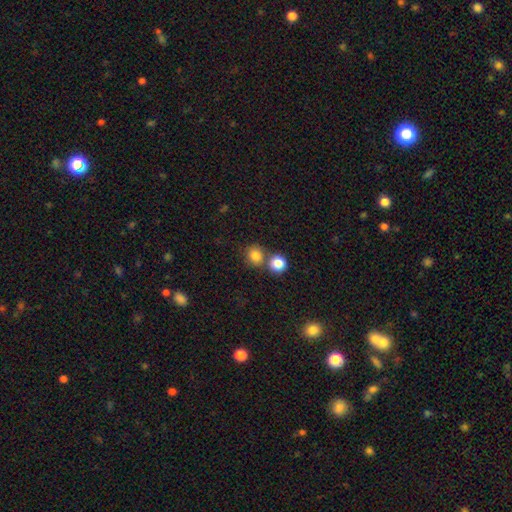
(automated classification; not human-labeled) A smooth galaxy with no disk features (82%) that is round (88%).

Vote fractions:
- Smooth or featured? smooth: 82% / star or artifact: 12% / featured or disk: 7%
- How rounded? round: 88% / in between: 11% / cigar-shaped: 1%
- Merging? none: 61% / merger: 29% / minor disturbance: 8% / major disturbance: 3%